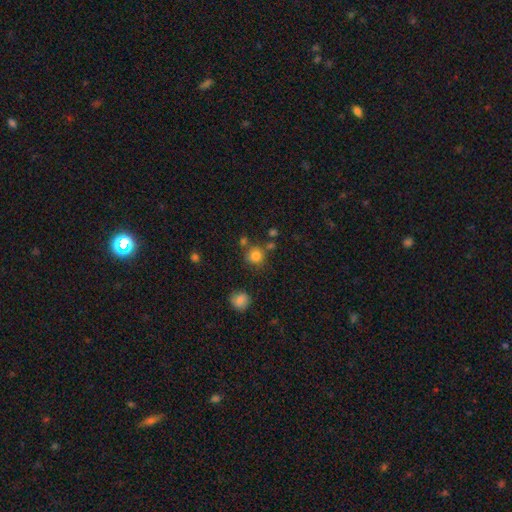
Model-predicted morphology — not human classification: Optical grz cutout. It shows a smooth galaxy with no disk features (80%) that is round (89%). Merging: none (71%).